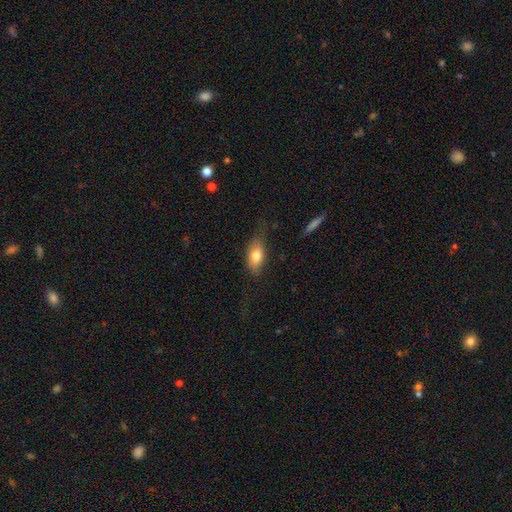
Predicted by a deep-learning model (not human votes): This appears to be a smooth galaxy with no disk features (75%) that is in between round and cigar-shaped (85%). Merging: none (62%).